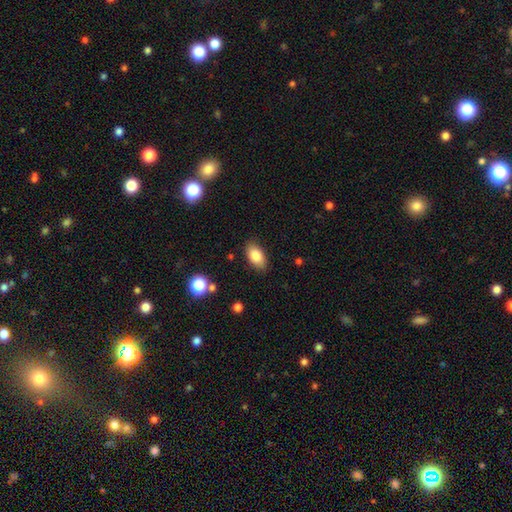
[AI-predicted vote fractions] Smooth or featured? smooth (84%)
How rounded? in between (92%)
Merging? none (85%)